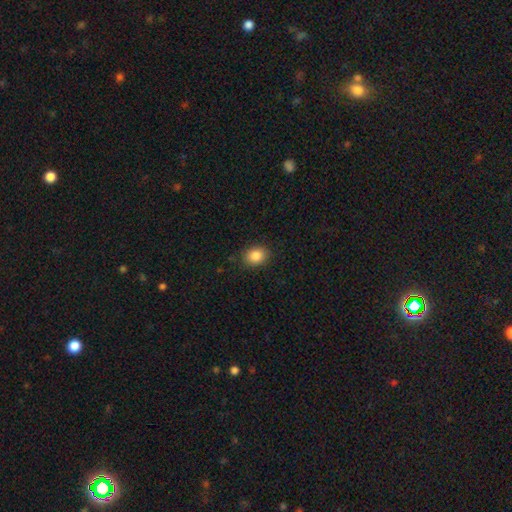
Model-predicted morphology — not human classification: A smooth galaxy with no disk features (86%) that is in between round and cigar-shaped (54%). Merging: none (87%).